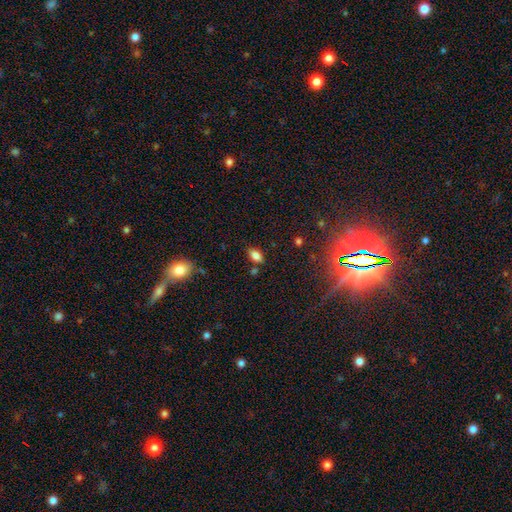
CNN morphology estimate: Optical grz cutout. It shows a smooth galaxy with no disk features (78%) that is in between round and cigar-shaped (89%). Merging: none (79%).